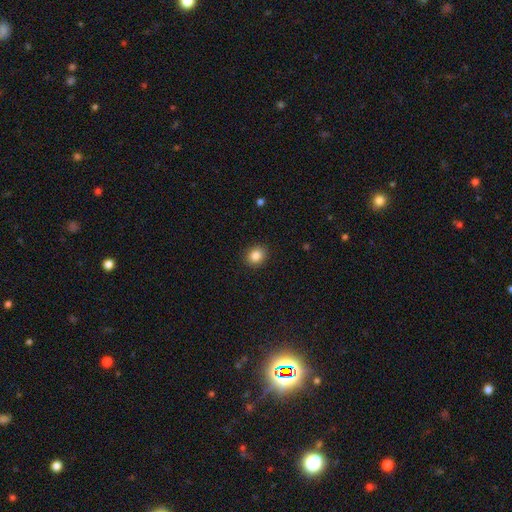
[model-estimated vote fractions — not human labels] smooth 85%, star or artifact 10%, featured or disk 5%. Down the decision tree: how rounded — round (72%); merging — none (90%).